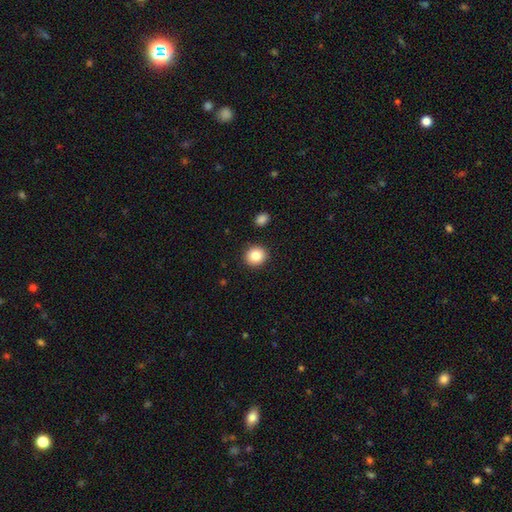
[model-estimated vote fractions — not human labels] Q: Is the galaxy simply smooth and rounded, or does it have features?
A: smooth — 86%.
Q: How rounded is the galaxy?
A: round — 87%.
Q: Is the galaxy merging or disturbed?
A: none — 90%.